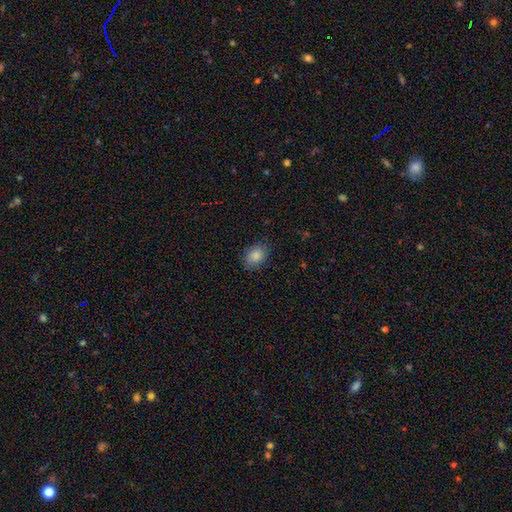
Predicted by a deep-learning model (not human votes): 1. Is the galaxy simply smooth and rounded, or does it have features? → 86% smooth, 8% star or artifact, 5% featured or disk.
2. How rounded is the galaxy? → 76% in between, 23% round, 1% cigar-shaped.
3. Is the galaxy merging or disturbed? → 84% none, 12% minor disturbance, 3% major disturbance, 1% merger.